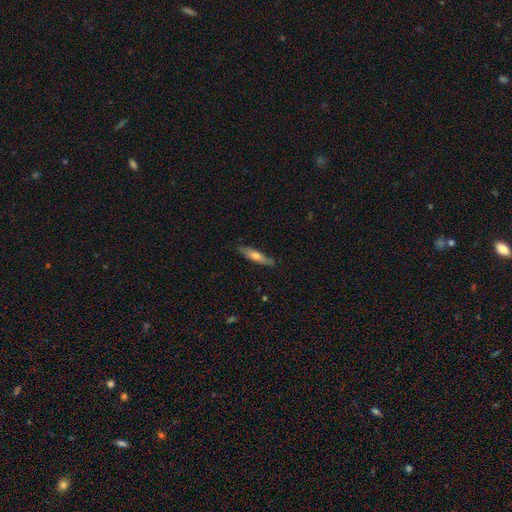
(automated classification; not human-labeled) Morphology: type=smooth (60%); roundness=cigar-shaped (74%); merging=none (80%).